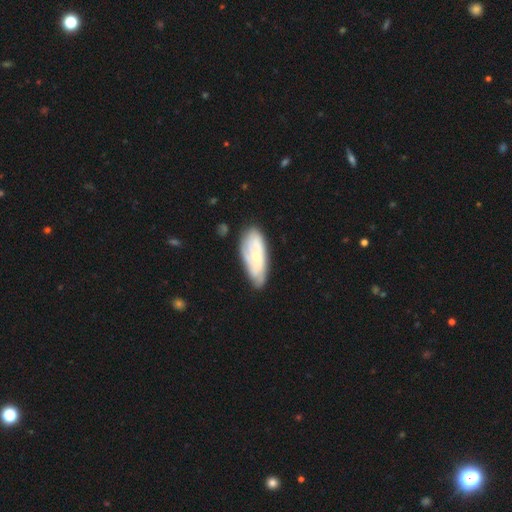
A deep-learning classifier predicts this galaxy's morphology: Smooth or featured? Predicted: featured or disk (p=0.55). Edge-on disk? Predicted: no (p=0.86). Merging? Predicted: none (p=0.69).